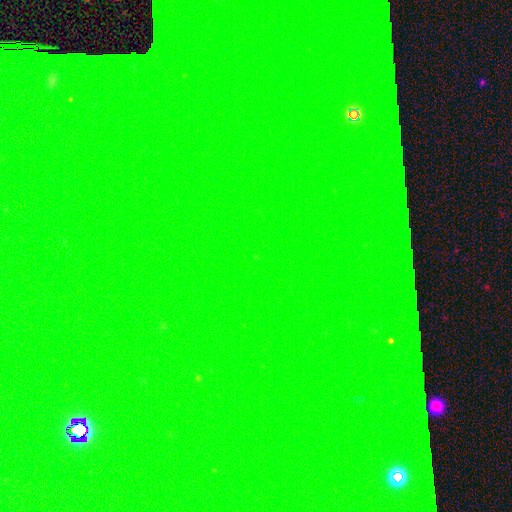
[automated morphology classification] smooth-or-featured: star or artifact: 82% | featured or disk: 9% | smooth: 9%